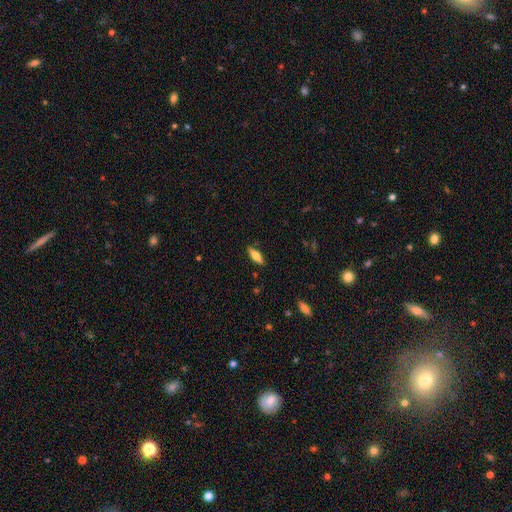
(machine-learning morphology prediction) smooth_or_featured: smooth (p=0.68) [alt: featured or disk p=0.25]
how_rounded: in between (p=0.58) [alt: cigar-shaped p=0.40]
merging: none (p=0.86) [alt: minor disturbance p=0.11]